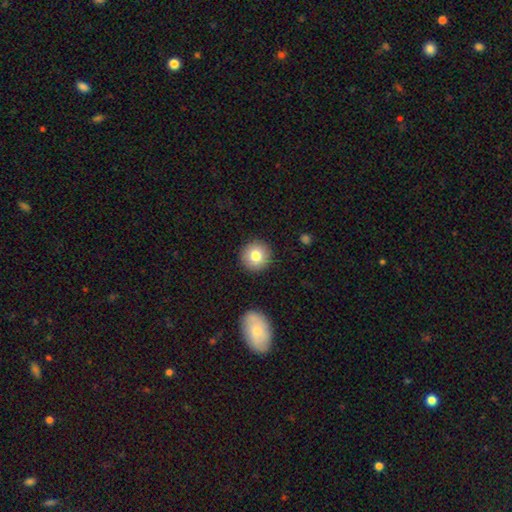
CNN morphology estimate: This appears to be a smooth galaxy with no disk features (80%) that is round (95%). Merging: none (91%).